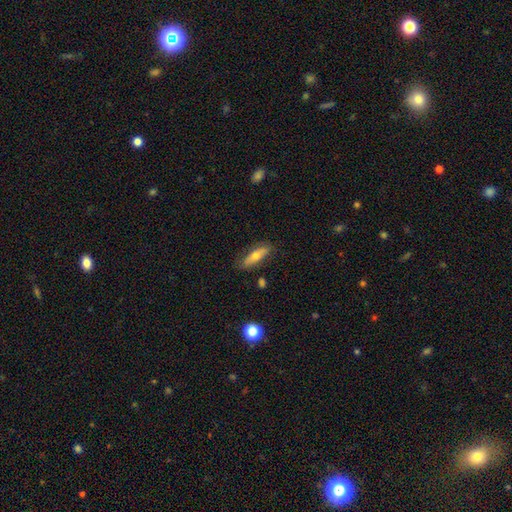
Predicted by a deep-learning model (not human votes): Q: Smooth or featured?
A: smooth (57%); runner-up: featured or disk (36%)
Q: How rounded?
A: cigar-shaped (56%); runner-up: in between (41%)
Q: Merging?
A: none (82%); runner-up: minor disturbance (13%)